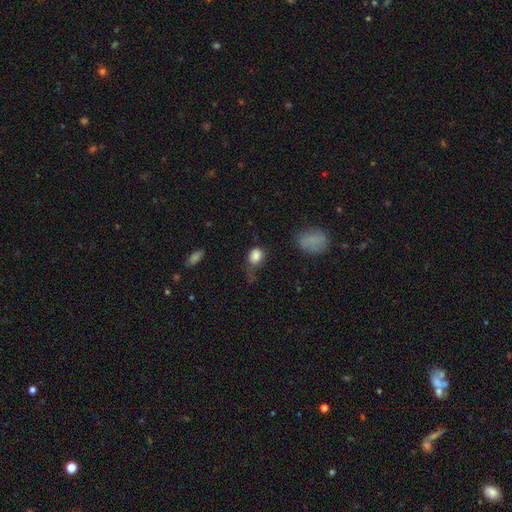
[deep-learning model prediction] A smooth galaxy with no disk features (84%) that is round (58%). Merging: none (40%).